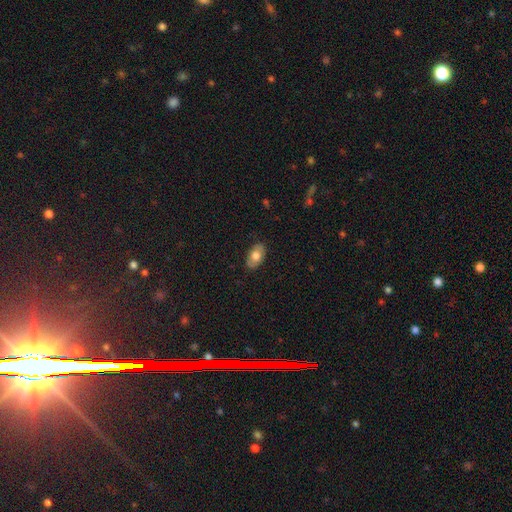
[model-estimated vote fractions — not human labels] Smooth or featured? Predicted: smooth (p=0.74). How rounded? Predicted: in between (p=0.93). Merging? Predicted: none (p=0.85).